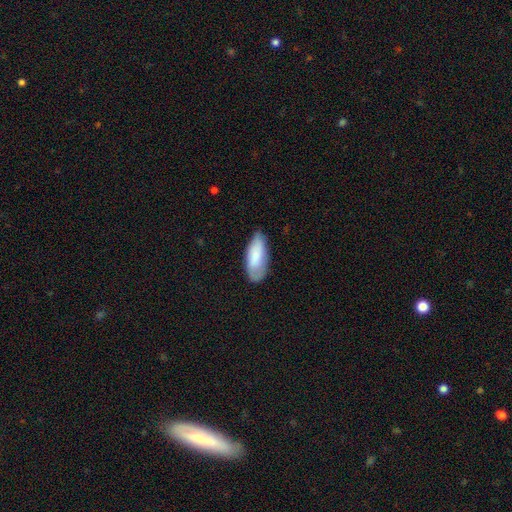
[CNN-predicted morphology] smooth 77%, featured or disk 17%, star or artifact 6%. Down the decision tree: how rounded — in between (83%); merging — none (67%).